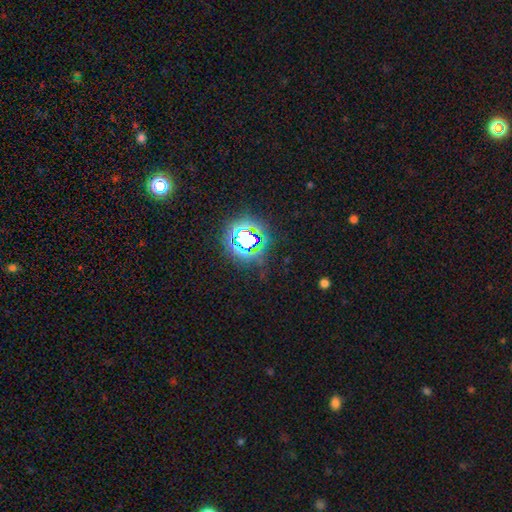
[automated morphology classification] smooth_or_featured: star or artifact (p=0.79) [alt: smooth p=0.14]